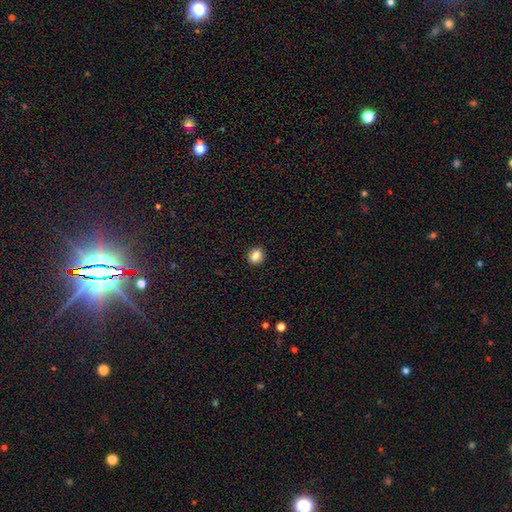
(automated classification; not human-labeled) The model was most divided on "how rounded": round: 68%, in between: 31%, cigar-shaped: 1%. More confident: merging — none (89%); smooth or featured — smooth (85%).